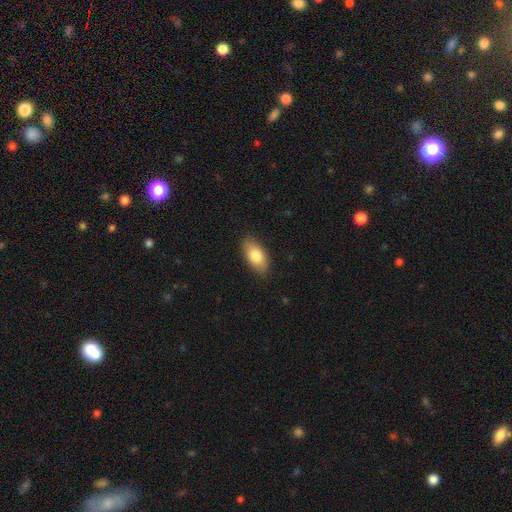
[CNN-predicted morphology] smooth_or_featured: smooth (p=0.80) [alt: featured or disk p=0.14]
how_rounded: in between (p=0.90) [alt: cigar-shaped p=0.06]
merging: none (p=0.86) [alt: minor disturbance p=0.11]